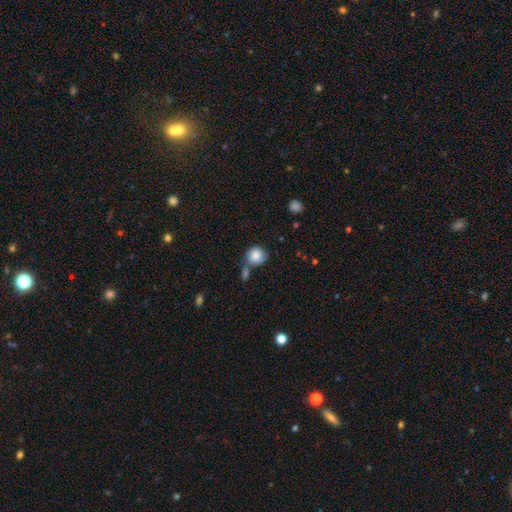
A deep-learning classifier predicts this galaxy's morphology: Smooth or featured? smooth (85%)
How rounded? round (88%)
Merging? none (53%)